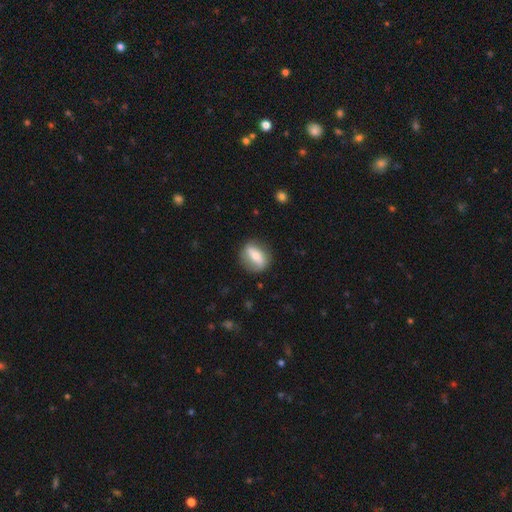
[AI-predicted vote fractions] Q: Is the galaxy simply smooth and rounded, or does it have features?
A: smooth — 51%.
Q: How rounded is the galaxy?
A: in between — 57%.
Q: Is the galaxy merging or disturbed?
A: none — 79%.